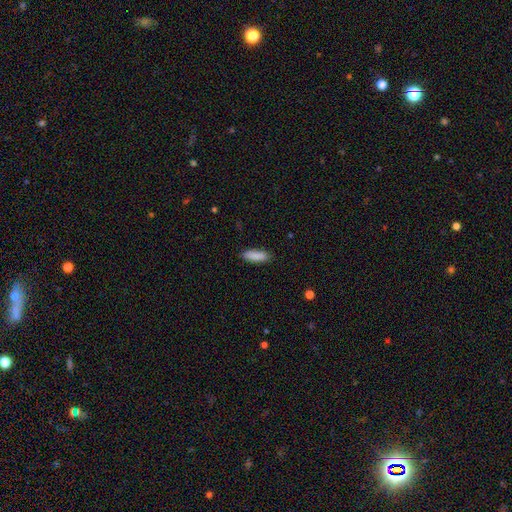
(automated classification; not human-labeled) This appears to be a smooth galaxy with no disk features (89%) that is in between round and cigar-shaped (52%). Merging: none (87%).